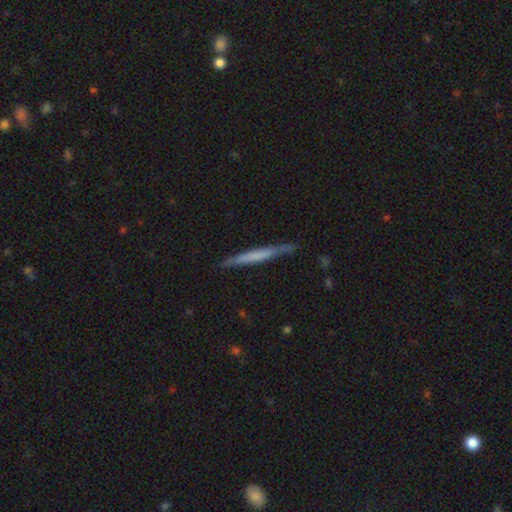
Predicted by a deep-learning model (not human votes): smooth-or-featured: smooth: 48% | featured or disk: 47% | star or artifact: 5%
  merging: none: 85% | minor disturbance: 11% | major disturbance: 2% | merger: 2%